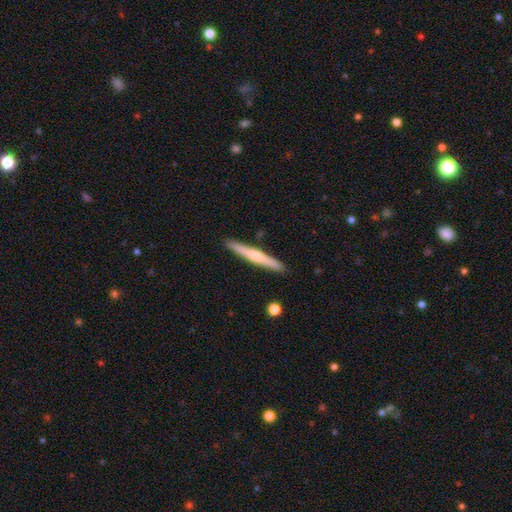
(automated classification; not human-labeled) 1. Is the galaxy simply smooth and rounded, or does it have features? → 51% featured or disk, 44% smooth, 5% star or artifact.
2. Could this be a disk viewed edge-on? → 97% yes, 3% no.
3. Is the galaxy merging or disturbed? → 90% none, 7% minor disturbance, 2% merger, 1% major disturbance.